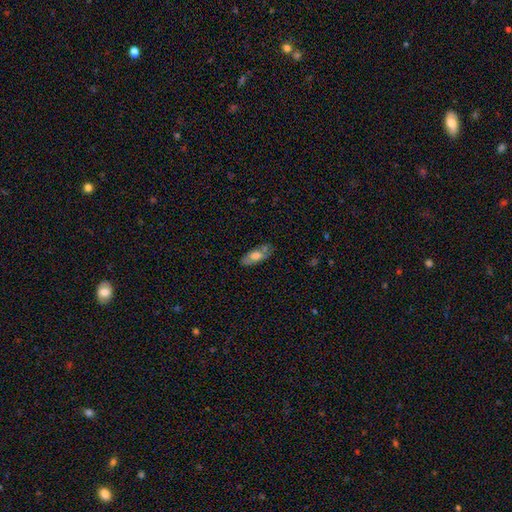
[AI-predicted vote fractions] This is likely a smooth galaxy (62%). How rounded: likely in between (78%). Merging: likely none (72%).